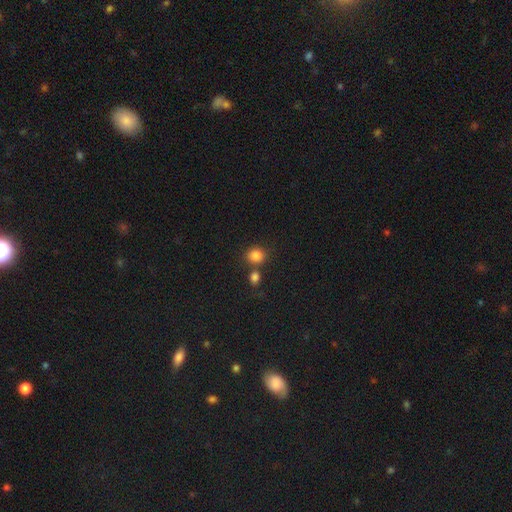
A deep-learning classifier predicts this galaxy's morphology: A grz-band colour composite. It shows a smooth galaxy with no disk features (83%) that is round (81%). Merging: none (67%).